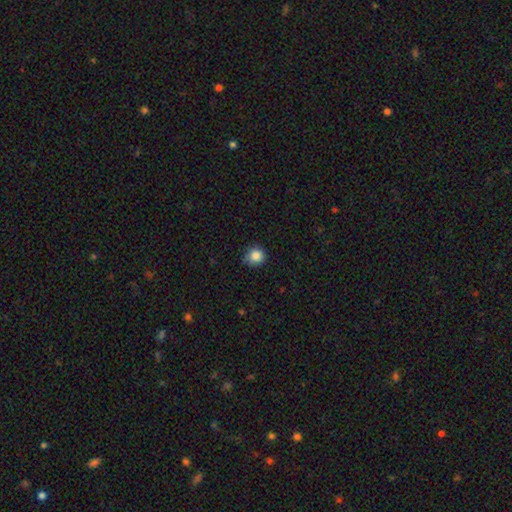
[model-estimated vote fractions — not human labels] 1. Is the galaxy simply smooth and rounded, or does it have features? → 86% smooth, 10% star or artifact, 4% featured or disk.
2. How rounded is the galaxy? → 89% round, 10% in between, 1% cigar-shaped.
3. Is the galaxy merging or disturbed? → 76% none, 20% minor disturbance, 3% major disturbance, 1% merger.